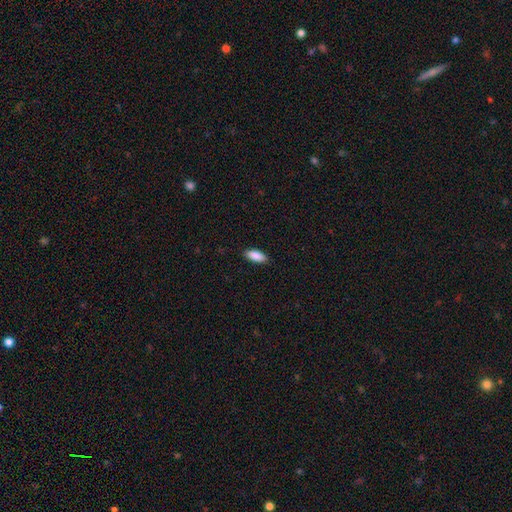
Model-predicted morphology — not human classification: This appears to be a smooth galaxy with no disk features (89%) that is in between round and cigar-shaped (84%). Merging: none (88%).